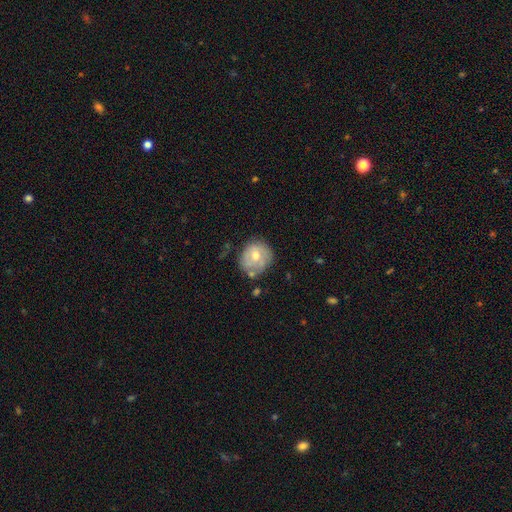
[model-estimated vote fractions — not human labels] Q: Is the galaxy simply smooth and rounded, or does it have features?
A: smooth — 56%.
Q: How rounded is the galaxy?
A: round — 78%.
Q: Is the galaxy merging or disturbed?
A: none — 61%.